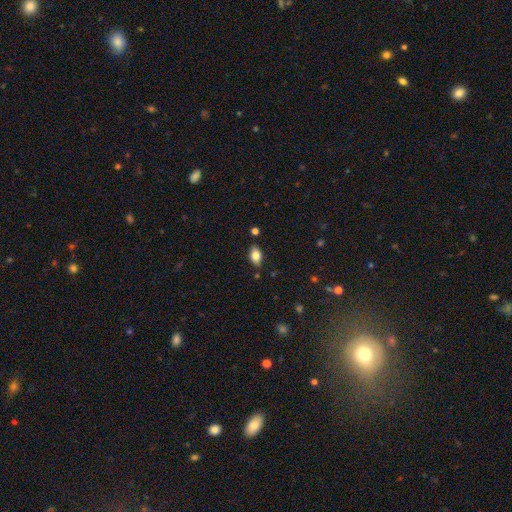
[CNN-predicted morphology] Smooth or featured? Predicted: smooth (p=0.83). How rounded? Predicted: in between (p=0.86). Merging? Predicted: none (p=0.81).